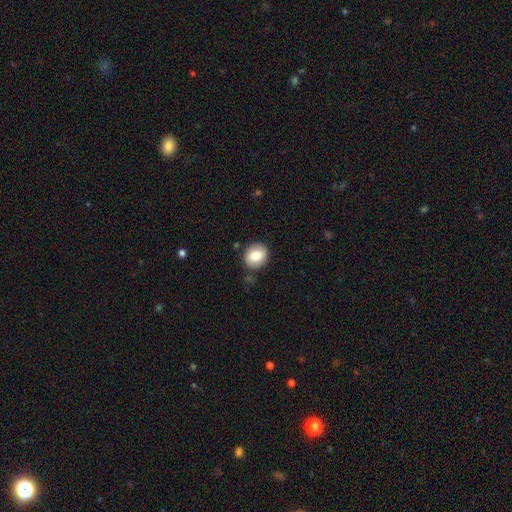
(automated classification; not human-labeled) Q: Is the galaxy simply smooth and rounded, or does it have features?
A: smooth — 79%.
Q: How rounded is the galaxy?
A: round — 69%.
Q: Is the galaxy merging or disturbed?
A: none — 85%.